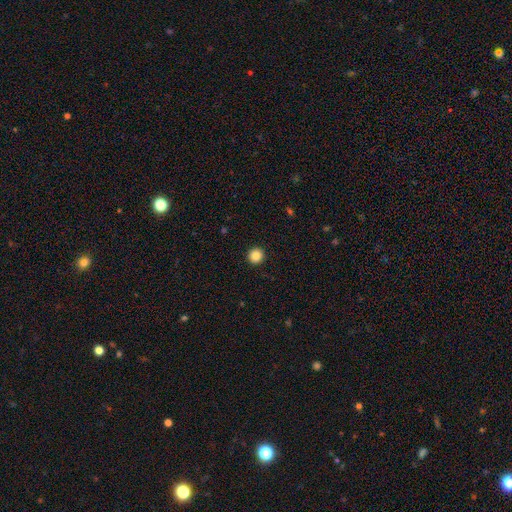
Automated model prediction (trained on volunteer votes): This appears to be a smooth galaxy with no disk features (86%) that is round (94%). Merging: none (93%).